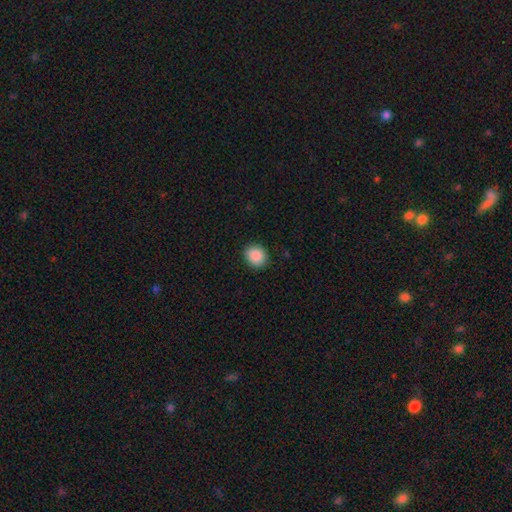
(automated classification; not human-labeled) Morphology: type=smooth (89%); roundness=round (72%); merging=none (89%).